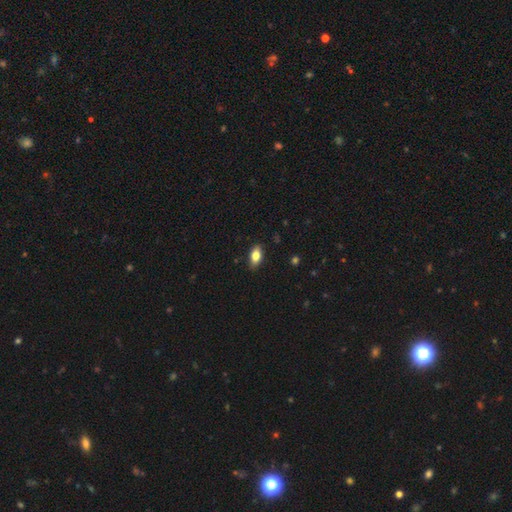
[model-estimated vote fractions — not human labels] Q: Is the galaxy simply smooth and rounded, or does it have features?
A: smooth — 80%.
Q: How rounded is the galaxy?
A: in between — 89%.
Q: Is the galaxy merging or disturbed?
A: none — 86%.